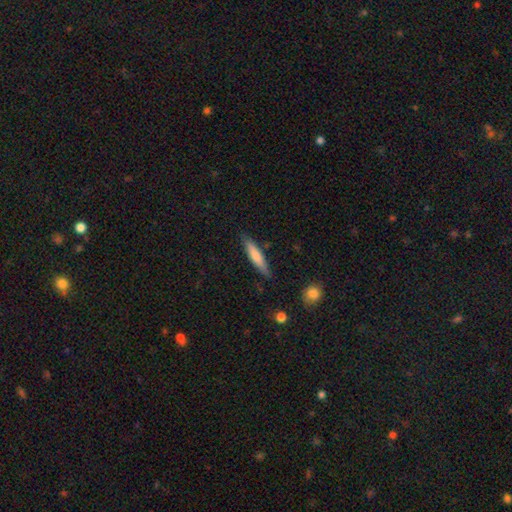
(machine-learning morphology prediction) smooth-or-featured: smooth: 71% | featured or disk: 23% | star or artifact: 6%
  how-rounded: cigar-shaped: 86% | in between: 13% | round: 1%
  merging: none: 83% | minor disturbance: 13% | major disturbance: 2% | merger: 2%